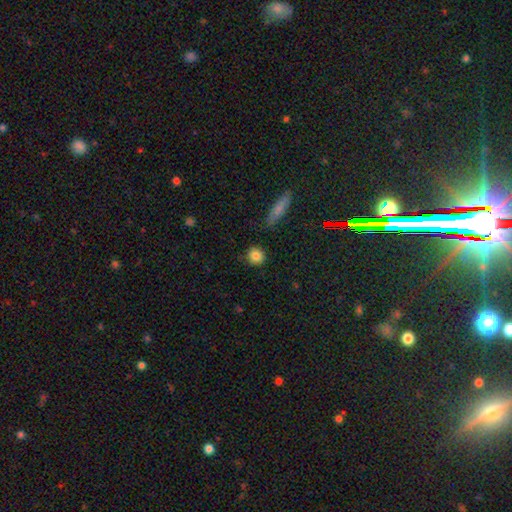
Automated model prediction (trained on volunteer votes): This is clearly a smooth galaxy (84%). How rounded: clearly round (90%). Merging: clearly none (87%).